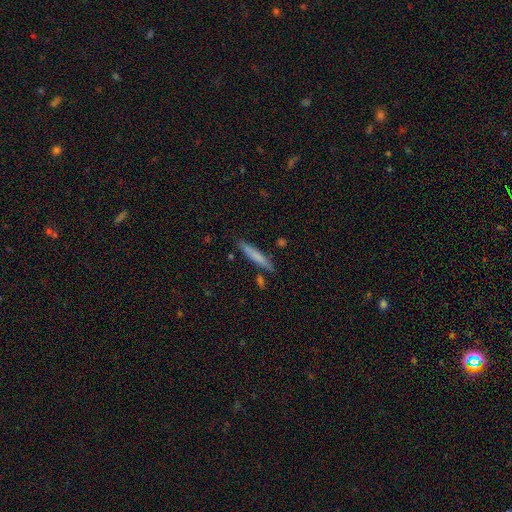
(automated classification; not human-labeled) Smooth or featured? smooth (71%)
How rounded? cigar-shaped (93%)
Merging? none (83%)